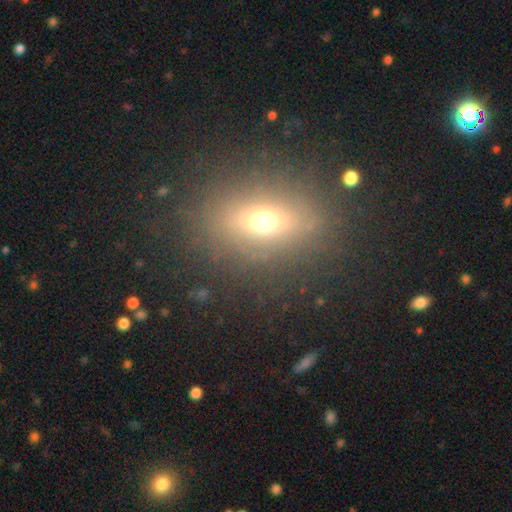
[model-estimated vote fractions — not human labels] A smooth galaxy with no disk features (45%).

Vote fractions:
- Smooth or featured? smooth: 45% / featured or disk: 33% / star or artifact: 22%
- Merging? none: 86% / minor disturbance: 9% / major disturbance: 4% / merger: 2%